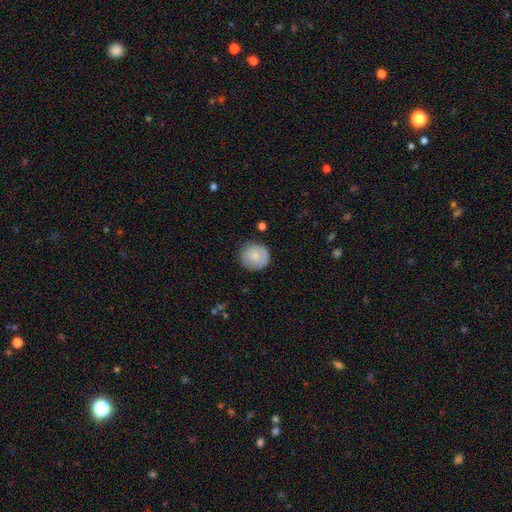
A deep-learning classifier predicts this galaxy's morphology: Q: Smooth or featured?
A: smooth (77%); runner-up: featured or disk (17%)
Q: How rounded?
A: round (93%); runner-up: in between (6%)
Q: Merging?
A: none (81%); runner-up: minor disturbance (14%)